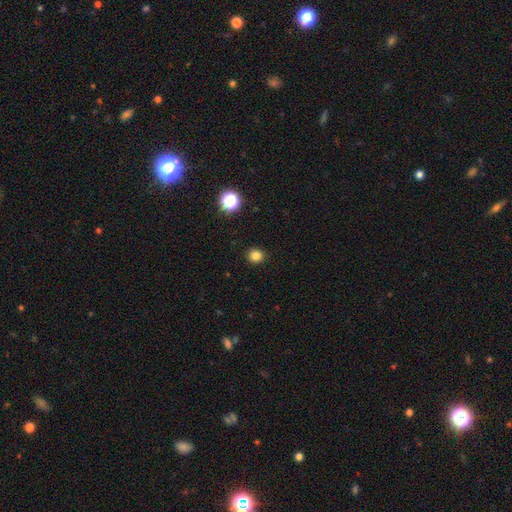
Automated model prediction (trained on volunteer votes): The model was most divided on "smooth or featured": smooth: 82%, star or artifact: 14%, featured or disk: 4%. More confident: merging — none (92%); how rounded — round (87%).